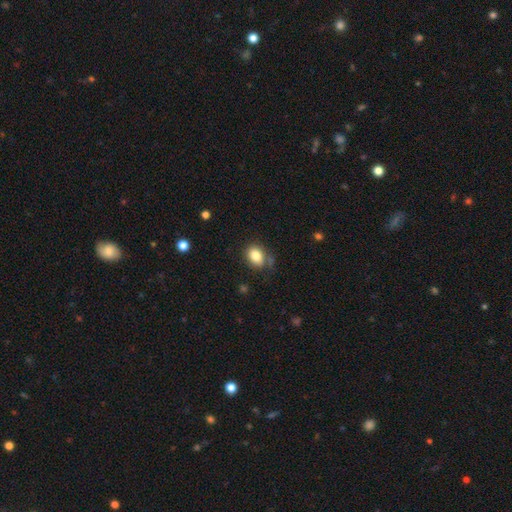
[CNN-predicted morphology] Smooth or featured? Predicted: smooth (p=0.84). How rounded? Predicted: in between (p=0.63). Merging? Predicted: none (p=0.70).